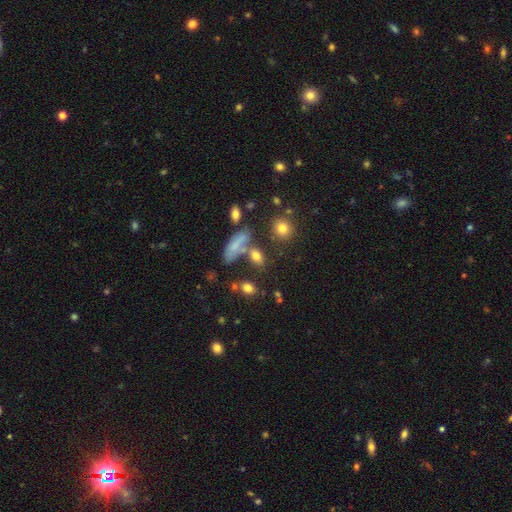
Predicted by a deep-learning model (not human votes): This is likely a smooth galaxy (69%). How rounded: likely in between (63%). Merging: possibly none (56%).